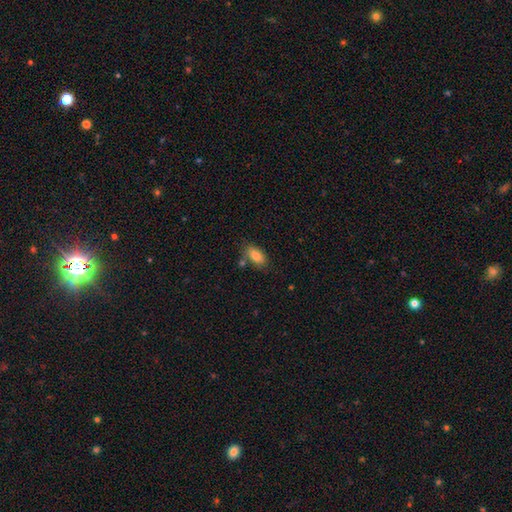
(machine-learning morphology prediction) smooth 82%, featured or disk 11%, star or artifact 8%. Down the decision tree: how rounded — in between (91%); merging — none (71%).